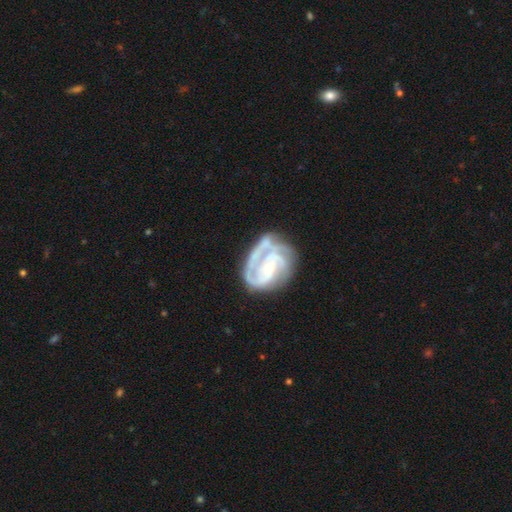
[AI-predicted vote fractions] featured or disk 88%, smooth 7%, star or artifact 5%. Down the decision tree: edge-on disk — no (98%); bar — no (53%); spiral arms — yes (96%); spiral arm count — 3 (34%); spiral winding — tight (56%); bulge size — small (66%); merging — none (54%).